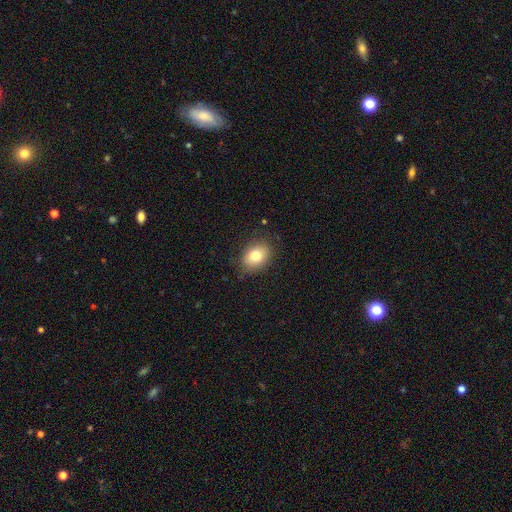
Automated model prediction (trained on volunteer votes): This appears to be a smooth galaxy with no disk features (79%) that is in between round and cigar-shaped (74%). Merging: none (83%).